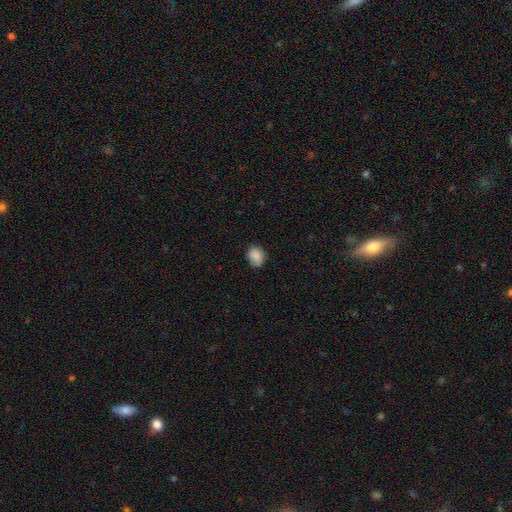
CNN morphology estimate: A smooth galaxy with no disk features (85%) that is round (66%). Merging: none (72%).